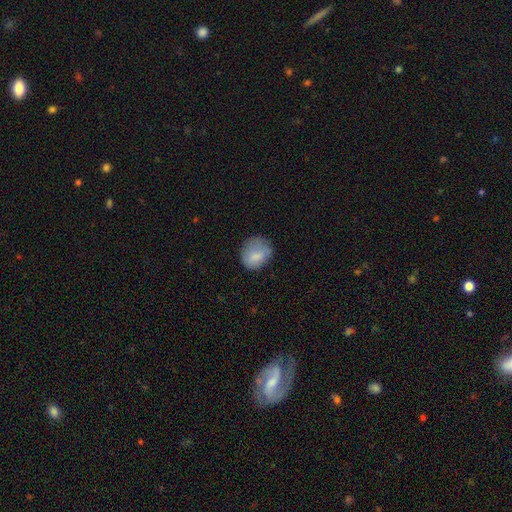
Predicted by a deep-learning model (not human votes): smooth-or-featured: smooth: 80% | featured or disk: 12% | star or artifact: 8%
  how-rounded: round: 63% | in between: 36% | cigar-shaped: 1%
  merging: none: 63% | minor disturbance: 26% | major disturbance: 10% | merger: 1%